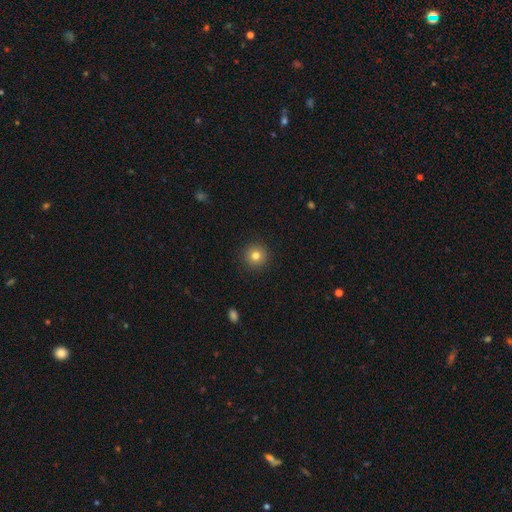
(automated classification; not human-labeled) Q: Smooth or featured?
A: smooth (80%); runner-up: star or artifact (12%)
Q: How rounded?
A: round (95%); runner-up: in between (4%)
Q: Merging?
A: none (92%); runner-up: minor disturbance (5%)